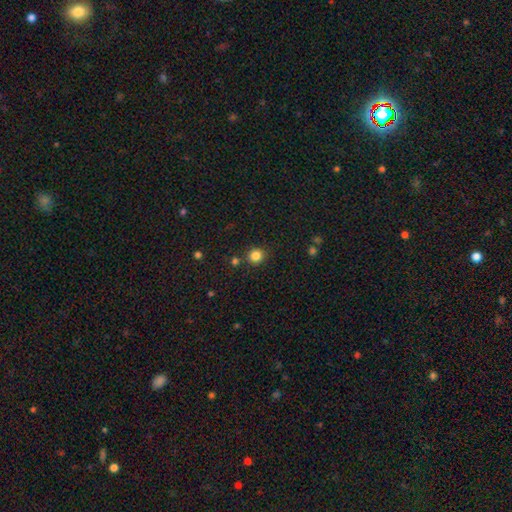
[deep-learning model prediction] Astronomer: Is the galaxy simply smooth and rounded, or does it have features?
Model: smooth — 83%.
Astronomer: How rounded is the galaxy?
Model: round — 90%.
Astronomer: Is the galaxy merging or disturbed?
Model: none — 86%.